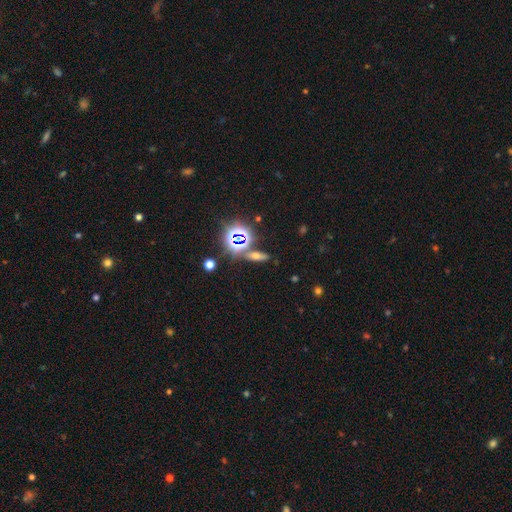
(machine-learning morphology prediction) Overall: smooth (42%; star or artifact 34%). Merging: none (79%).